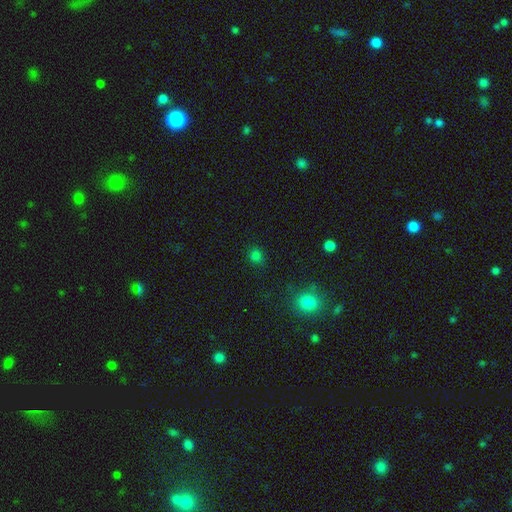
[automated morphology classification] Smooth or featured? smooth (73%)
How rounded? round (79%)
Merging? none (81%)